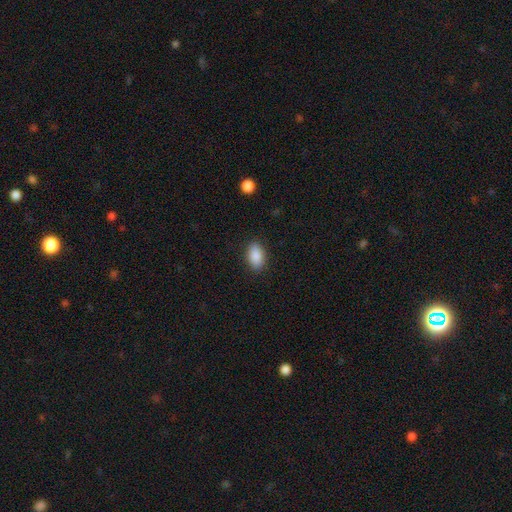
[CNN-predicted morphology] This is clearly a smooth galaxy (89%). How rounded: clearly in between (91%). Merging: clearly none (88%).